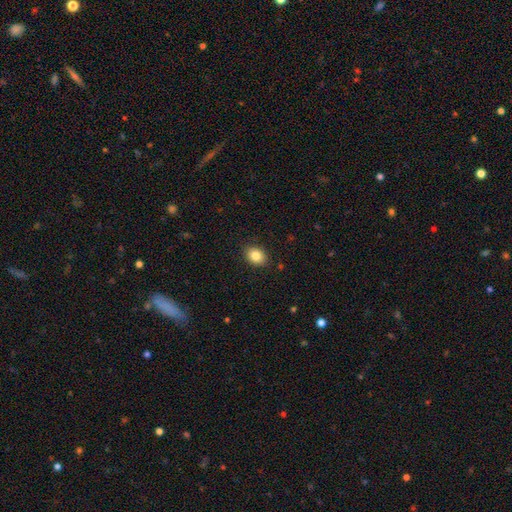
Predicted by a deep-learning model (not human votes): A smooth galaxy with no disk features (84%) that is in between round and cigar-shaped (63%). Merging: none (88%).